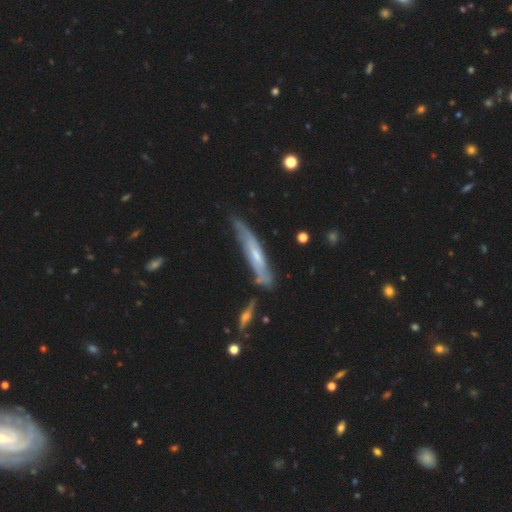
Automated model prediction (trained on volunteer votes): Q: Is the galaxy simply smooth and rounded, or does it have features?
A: featured or disk — 64%.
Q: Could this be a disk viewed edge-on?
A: yes — 68%.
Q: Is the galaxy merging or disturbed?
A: none — 61%.